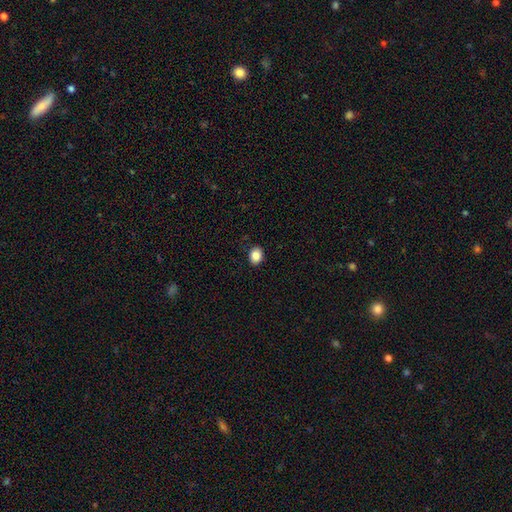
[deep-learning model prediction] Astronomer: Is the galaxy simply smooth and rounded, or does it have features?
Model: smooth — 86%.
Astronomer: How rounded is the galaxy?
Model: in between — 50% (runner-up: round, 49%).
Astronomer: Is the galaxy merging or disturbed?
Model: none — 89%.